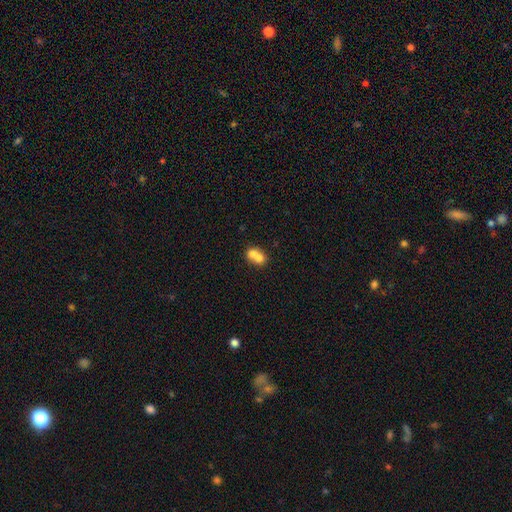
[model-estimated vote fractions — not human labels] Smooth or featured: smooth — 68% (featured or disk — 23%)
How rounded: round — 57% (in between — 41%)
Merging: merger — 70% (none — 22%)